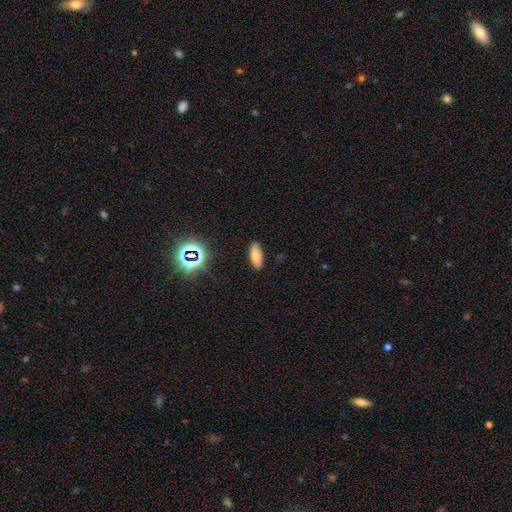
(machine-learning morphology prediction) Q: Smooth or featured?
A: smooth (73%); runner-up: featured or disk (14%)
Q: How rounded?
A: in between (79%); runner-up: cigar-shaped (18%)
Q: Merging?
A: none (88%); runner-up: minor disturbance (9%)